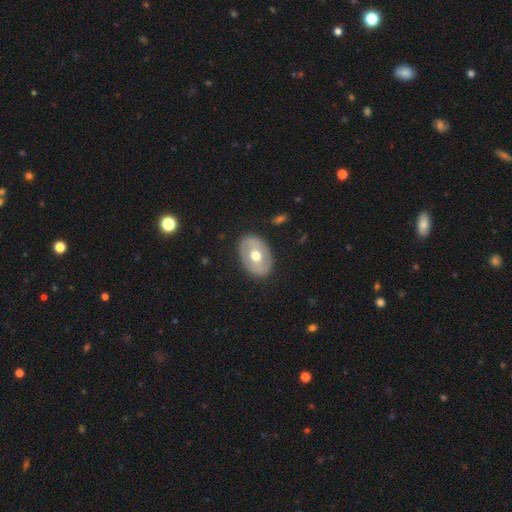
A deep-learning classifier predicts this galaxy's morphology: Overall: featured or disk (50%; smooth 45%). Edge-on disk: no (91%). Merging: none (85%).